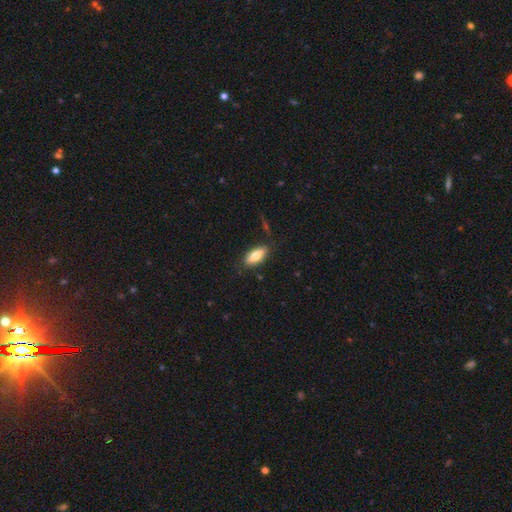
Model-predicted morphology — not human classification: This is likely a smooth galaxy (72%). How rounded: likely in between (77%). Merging: clearly none (82%).